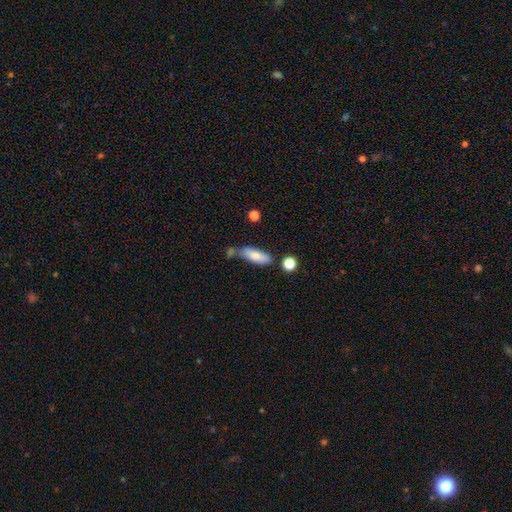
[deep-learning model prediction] smooth-or-featured: smooth: 79% | featured or disk: 14% | star or artifact: 7%
  how-rounded: in between: 62% | cigar-shaped: 35% | round: 2%
  merging: none: 60% | minor disturbance: 20% | merger: 14% | major disturbance: 6%